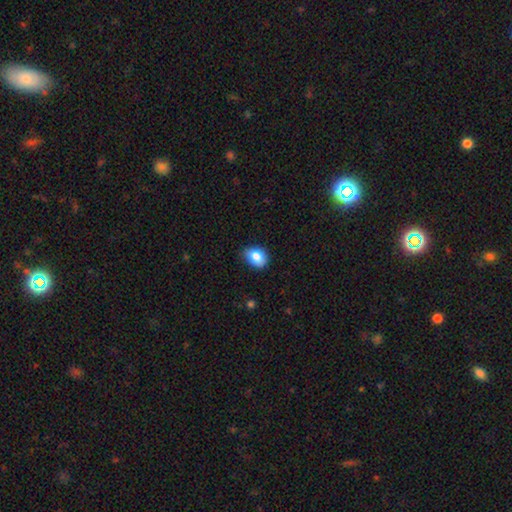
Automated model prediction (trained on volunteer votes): A smooth galaxy with no disk features (83%) that is in between round and cigar-shaped (68%). Merging: none (67%).